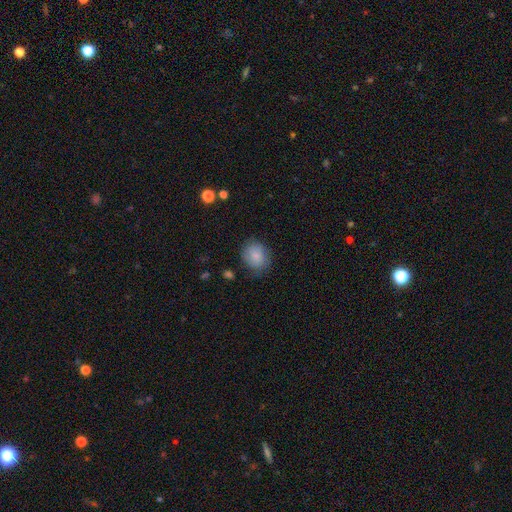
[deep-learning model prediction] This is clearly a smooth galaxy (84%). How rounded: possibly round (56%). Merging: likely none (75%).